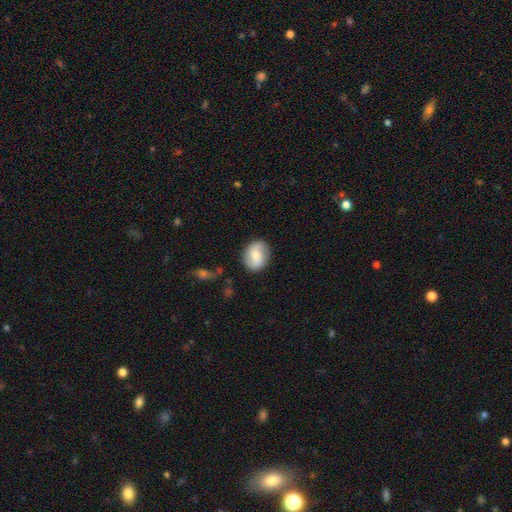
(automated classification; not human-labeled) smooth-or-featured: smooth: 54% | featured or disk: 39% | star or artifact: 7%
  how-rounded: round: 51% | in between: 48% | cigar-shaped: 1%
  merging: none: 83% | minor disturbance: 12% | major disturbance: 3% | merger: 2%